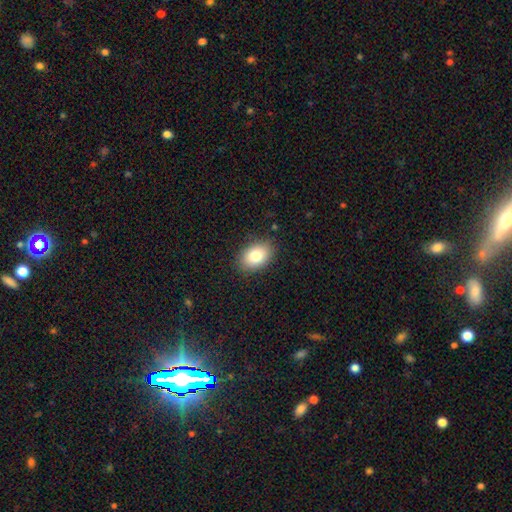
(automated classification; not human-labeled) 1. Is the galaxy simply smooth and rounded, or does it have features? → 81% smooth, 11% featured or disk, 9% star or artifact.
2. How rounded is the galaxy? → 82% in between, 17% round, 1% cigar-shaped.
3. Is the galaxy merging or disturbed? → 87% none, 9% minor disturbance, 2% major disturbance, 1% merger.